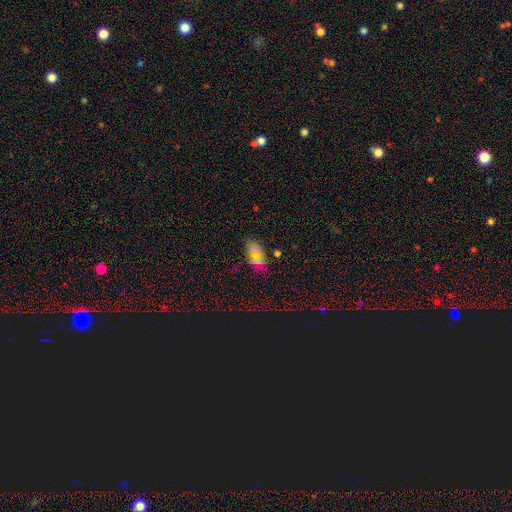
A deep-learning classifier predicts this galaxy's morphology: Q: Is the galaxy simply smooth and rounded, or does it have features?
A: smooth — 55%.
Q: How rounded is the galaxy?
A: in between — 86%.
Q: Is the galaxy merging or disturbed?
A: none — 76%.